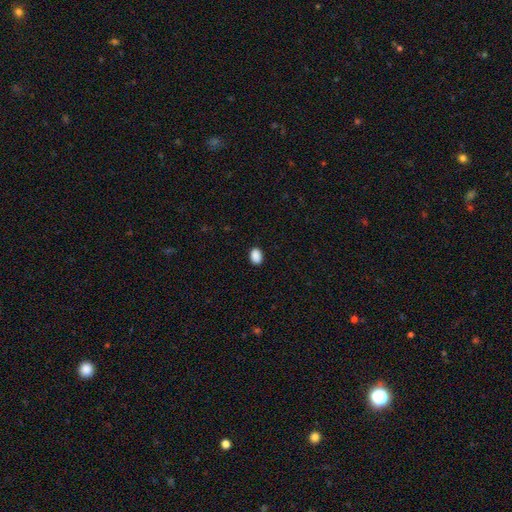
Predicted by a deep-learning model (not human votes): Smooth or featured? Predicted: smooth (p=0.90). How rounded? Predicted: in between (p=0.78). Merging? Predicted: none (p=0.89).